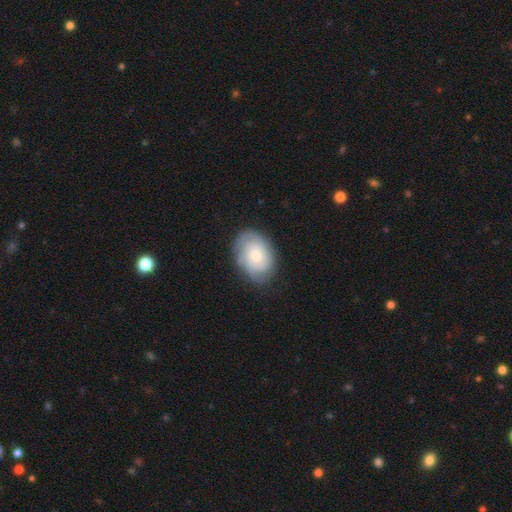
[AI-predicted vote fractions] A featured or disk galaxy (53%) with no bar (80%), spiral arms (83%) and a small central bulge (47%). Merging: none (73%).